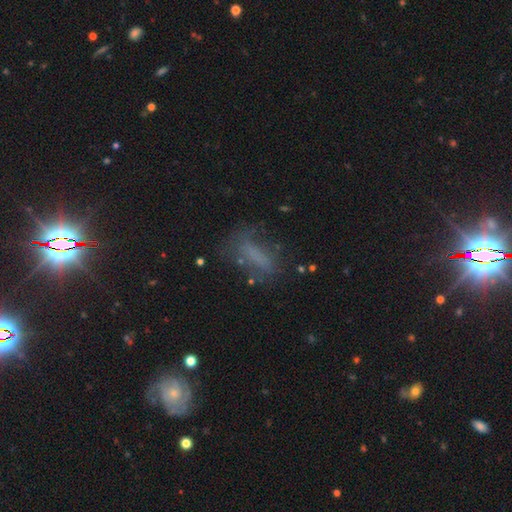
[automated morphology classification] A smooth galaxy with no disk features (53%) that is in between round and cigar-shaped (54%).

Vote fractions:
- Smooth or featured? smooth: 53% / featured or disk: 28% / star or artifact: 20%
- How rounded? in between: 54% / cigar-shaped: 41% / round: 5%
- Merging? none: 52% / minor disturbance: 23% / major disturbance: 21% / merger: 4%